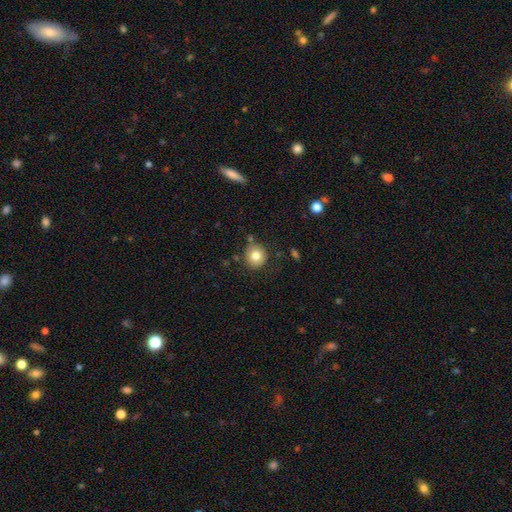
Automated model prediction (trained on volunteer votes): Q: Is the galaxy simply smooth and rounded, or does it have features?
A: smooth — 79%.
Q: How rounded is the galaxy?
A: round — 86%.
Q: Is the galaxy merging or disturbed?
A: none — 80%.